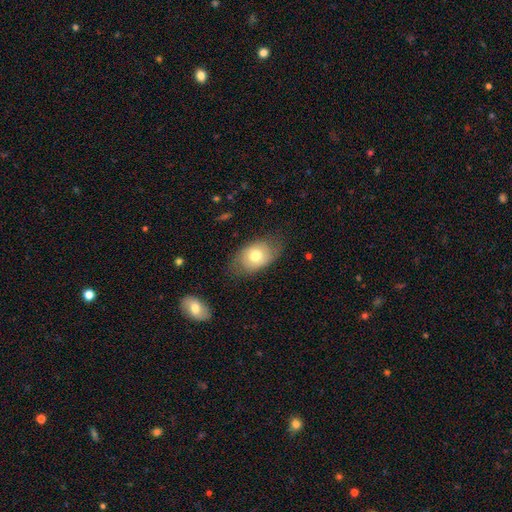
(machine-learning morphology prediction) A smooth galaxy with no disk features (62%) that is in between round and cigar-shaped (83%). Merging: none (67%).